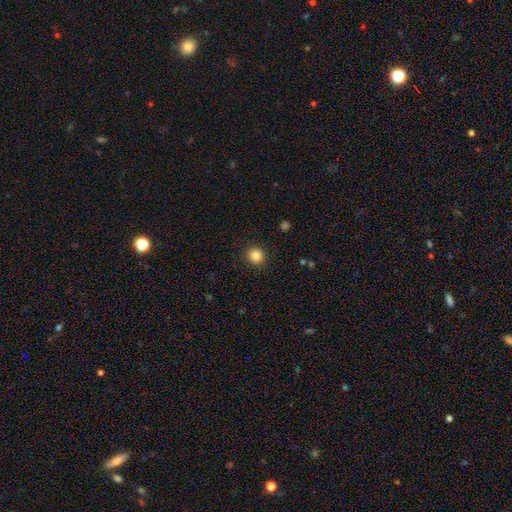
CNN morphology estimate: Smooth or featured: smooth — 85% (star or artifact — 11%)
How rounded: round — 94% (in between — 5%)
Merging: none — 92% (minor disturbance — 5%)